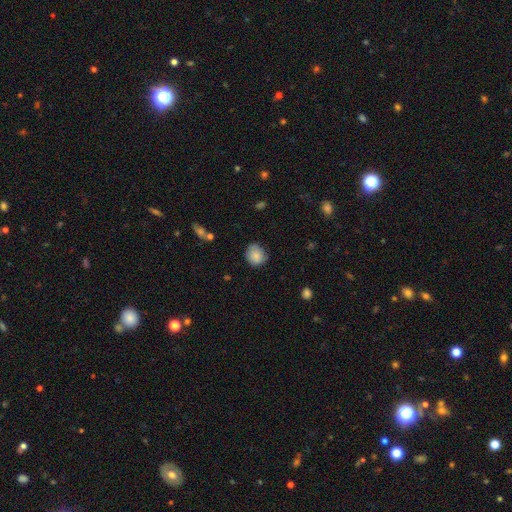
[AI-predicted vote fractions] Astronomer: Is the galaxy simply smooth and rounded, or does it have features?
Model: smooth — 83%.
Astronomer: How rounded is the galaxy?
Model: round — 72%.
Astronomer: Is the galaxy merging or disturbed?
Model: none — 66%.